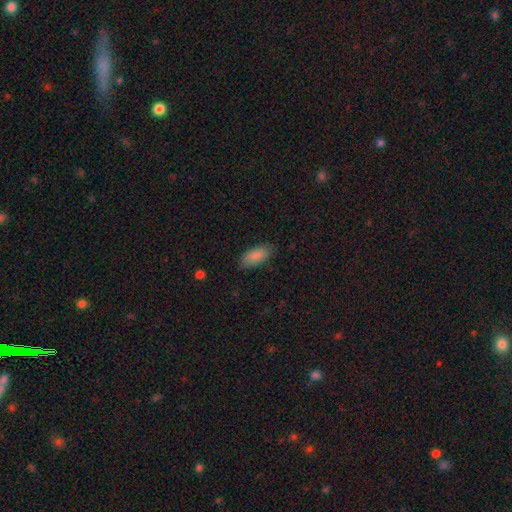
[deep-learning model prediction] The model was most divided on "merging": none: 83%, minor disturbance: 13%, major disturbance: 3%, merger: 1%. More confident: smooth or featured — smooth (88%); how rounded — in between (87%).